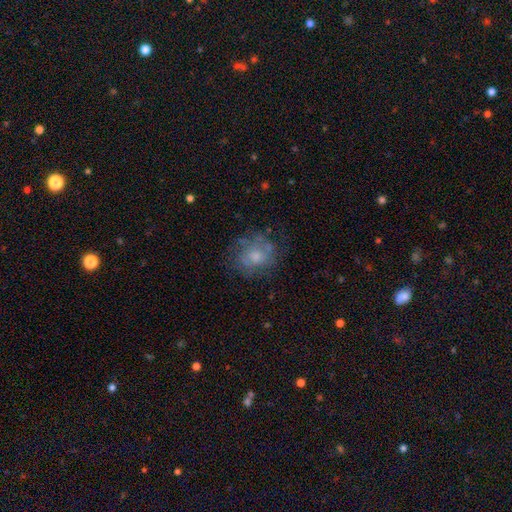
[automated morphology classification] type=smooth (47%); merging=none (63%).